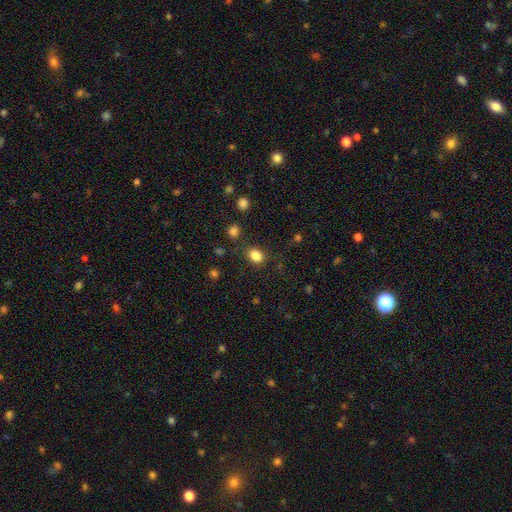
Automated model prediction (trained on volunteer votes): smooth_or_featured: smooth (p=0.85) [alt: star or artifact p=0.11]
how_rounded: in between (p=0.60) [alt: round p=0.39]
merging: none (p=0.81) [alt: minor disturbance p=0.12]